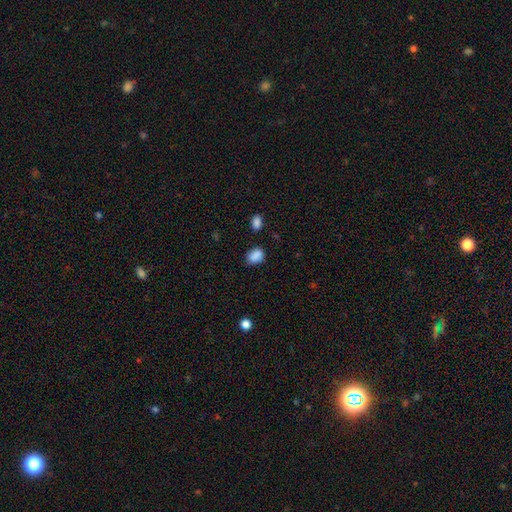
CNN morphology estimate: type=smooth (85%); roundness=in between (71%); merging=none (65%).